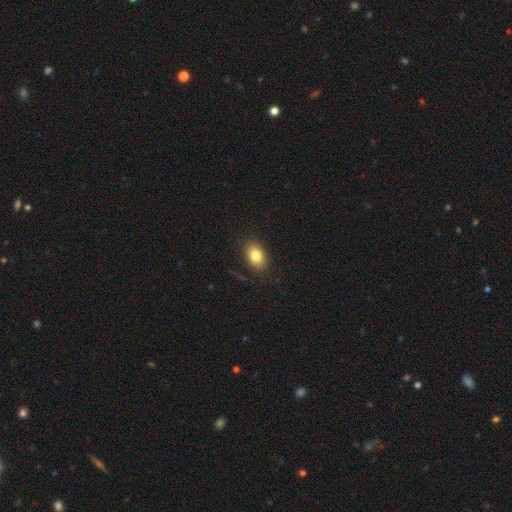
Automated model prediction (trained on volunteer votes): smooth_or_featured: smooth (p=0.80) [alt: featured or disk p=0.11]
how_rounded: in between (p=0.84) [alt: round p=0.14]
merging: none (p=0.85) [alt: minor disturbance p=0.11]